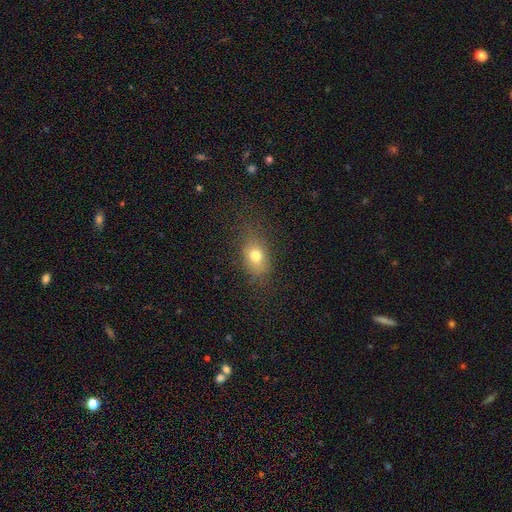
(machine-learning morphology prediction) smooth_or_featured: smooth (p=0.74) [alt: star or artifact p=0.13]
how_rounded: in between (p=0.70) [alt: round p=0.28]
merging: none (p=0.73) [alt: minor disturbance p=0.17]